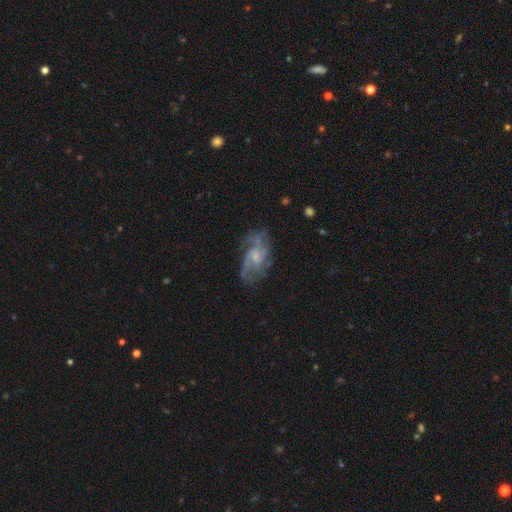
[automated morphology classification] A featured or disk galaxy (74%) with no bar (61%), 2 (33%, tied with can't tell) medium (46%) spiral arms (83%) and a small central bulge (54%). Merging: none (57%).